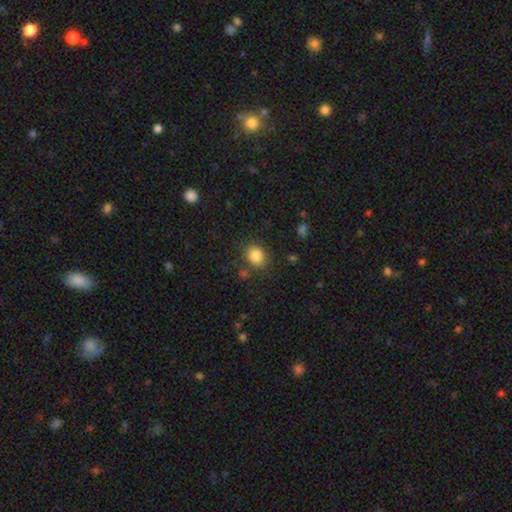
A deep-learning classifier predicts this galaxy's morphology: This appears to be a smooth galaxy with no disk features (84%) that is round (66%). Merging: none (81%).